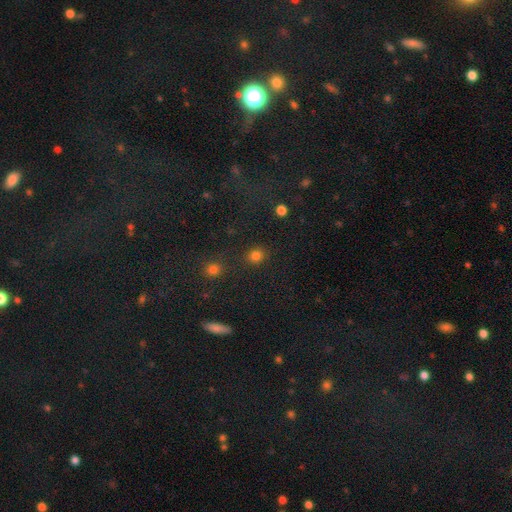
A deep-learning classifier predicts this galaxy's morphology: Smooth or featured: smooth — 79% (star or artifact — 16%)
How rounded: round — 78% (in between — 20%)
Merging: none — 84% (minor disturbance — 8%)